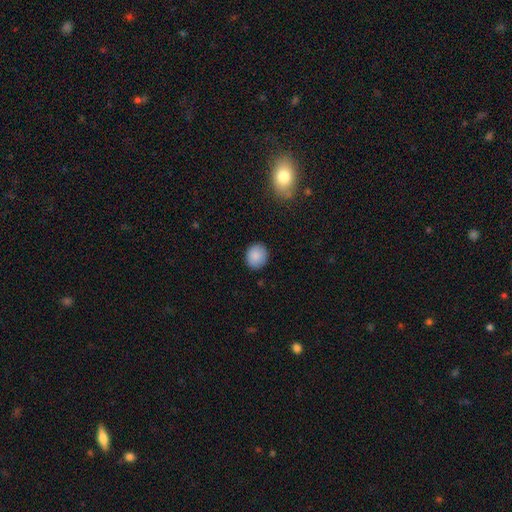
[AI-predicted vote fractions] smooth 88%, star or artifact 8%, featured or disk 4%. Down the decision tree: how rounded — round (76%); merging — none (89%).